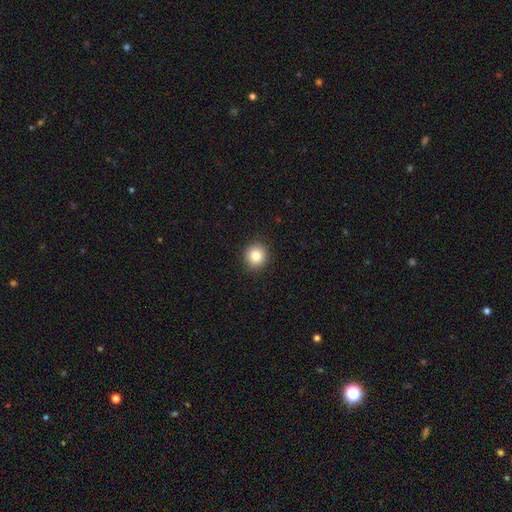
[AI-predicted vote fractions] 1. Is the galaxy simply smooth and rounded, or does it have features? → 84% smooth, 10% star or artifact, 6% featured or disk.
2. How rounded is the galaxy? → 92% round, 7% in between, 1% cigar-shaped.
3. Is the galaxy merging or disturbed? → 92% none, 5% minor disturbance, 2% major disturbance, 1% merger.